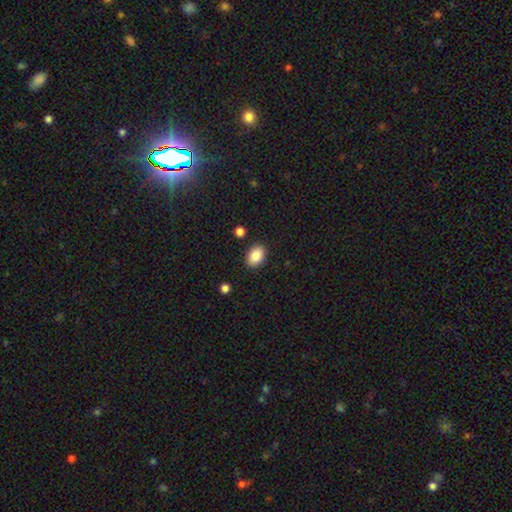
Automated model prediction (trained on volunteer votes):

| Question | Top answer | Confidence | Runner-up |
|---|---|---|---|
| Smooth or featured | smooth | 87% | star or artifact (8%) |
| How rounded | in between | 84% | round (15%) |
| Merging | none | 87% | minor disturbance (8%) |